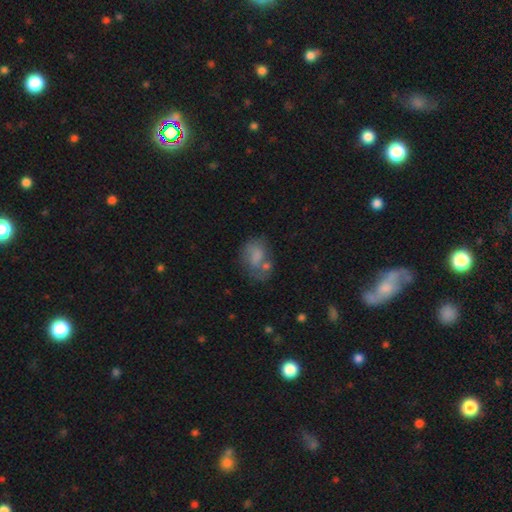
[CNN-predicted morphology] Q: Smooth or featured?
A: smooth (60%); runner-up: featured or disk (29%)
Q: How rounded?
A: in between (71%); runner-up: round (27%)
Q: Merging?
A: none (35%); runner-up: merger (24%)